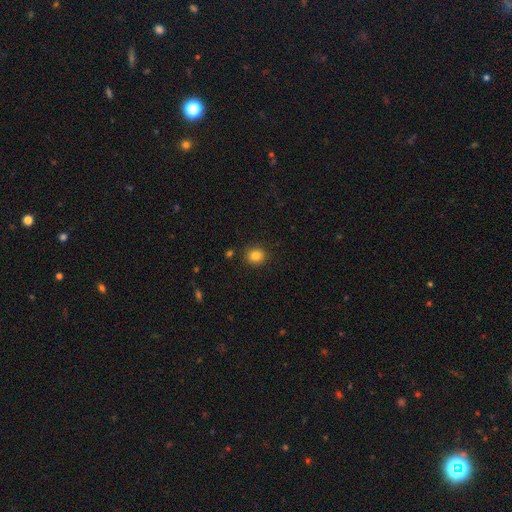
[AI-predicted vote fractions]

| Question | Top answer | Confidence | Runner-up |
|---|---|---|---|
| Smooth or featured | smooth | 84% | star or artifact (11%) |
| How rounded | round | 81% | in between (18%) |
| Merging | none | 88% | minor disturbance (8%) |